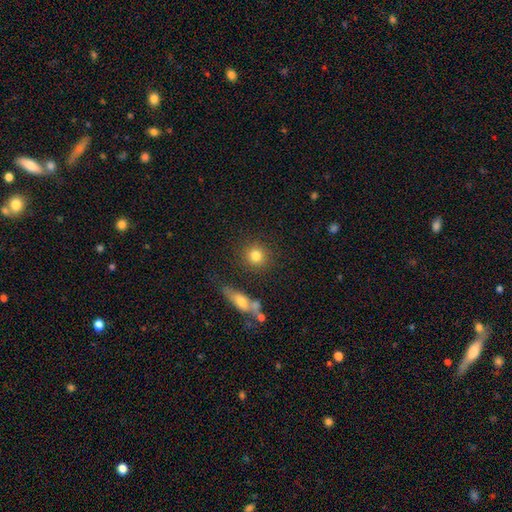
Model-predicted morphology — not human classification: Q: Smooth or featured?
A: smooth (81%); runner-up: star or artifact (10%)
Q: How rounded?
A: round (88%); runner-up: in between (10%)
Q: Merging?
A: none (82%); runner-up: minor disturbance (9%)